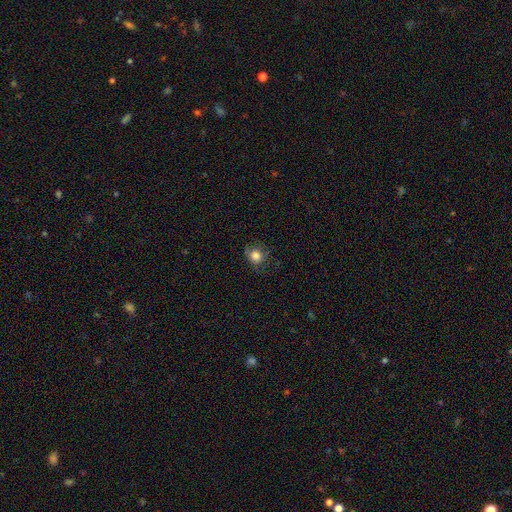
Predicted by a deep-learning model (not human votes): Morphology: type=smooth (82%); roundness=round (82%); merging=none (72%).